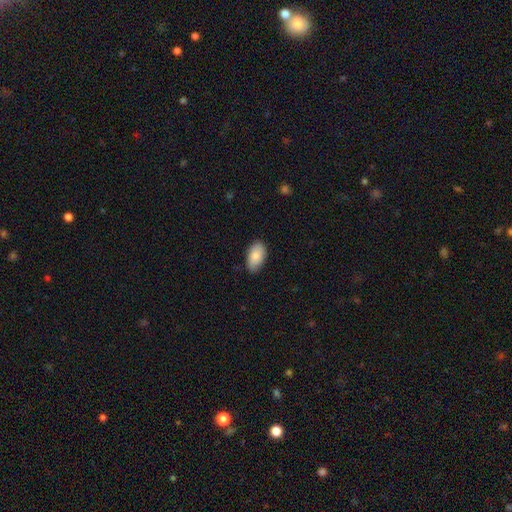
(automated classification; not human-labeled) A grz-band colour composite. It shows a smooth galaxy with no disk features (86%) that is in between round and cigar-shaped (94%). Merging: none (82%).